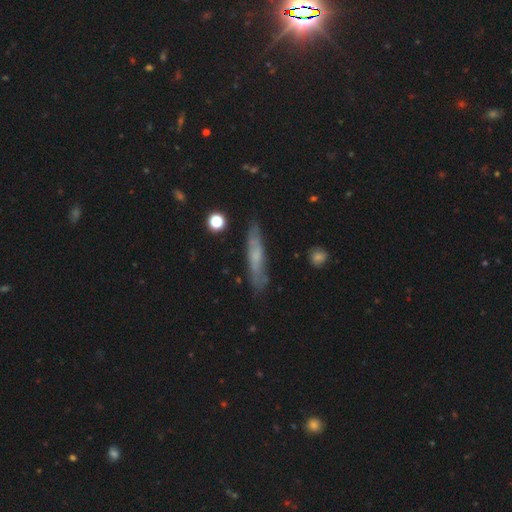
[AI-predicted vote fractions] Smooth or featured? Predicted: smooth (p=0.48). Merging? Predicted: none (p=0.80).